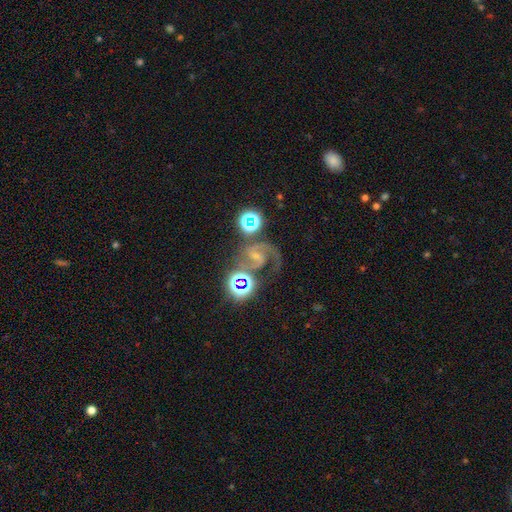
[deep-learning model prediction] Overall: featured or disk (77%). Edge-on disk: no (98%). Bar: weak (45%; no 29%). Spiral arms: yes (97%). Spiral arm count: 2 (86%). Spiral winding: medium (60%; loose 24%). Bulge size: small (58%; moderate 28%). Merging: none (54%; minor disturbance 18%).